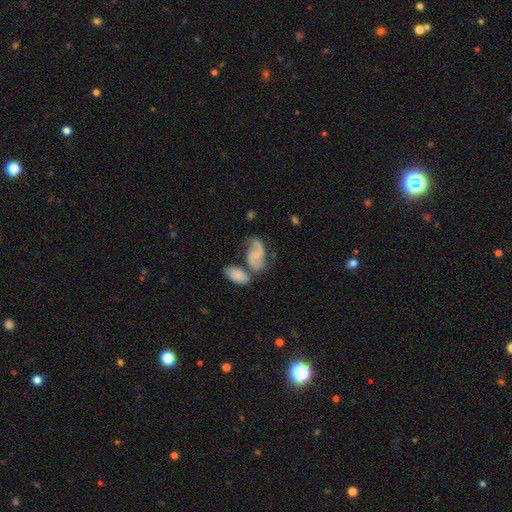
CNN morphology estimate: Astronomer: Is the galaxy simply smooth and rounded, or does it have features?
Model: featured or disk — 71%.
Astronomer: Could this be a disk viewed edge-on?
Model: no — 97%.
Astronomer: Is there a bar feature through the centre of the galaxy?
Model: no — 58% (runner-up: weak, 34%).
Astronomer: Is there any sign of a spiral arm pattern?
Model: yes — 90%.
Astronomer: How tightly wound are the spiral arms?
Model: loose — 45% (runner-up: medium, 40%).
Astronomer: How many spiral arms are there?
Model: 2 — 82%.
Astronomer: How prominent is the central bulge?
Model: small — 61%.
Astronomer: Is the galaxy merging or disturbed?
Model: none — 40% (runner-up: merger, 27%).